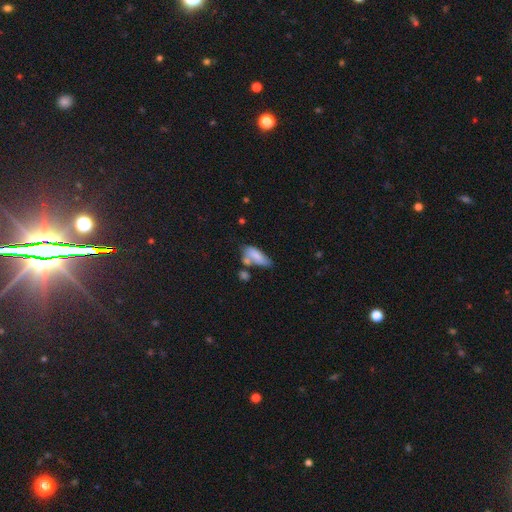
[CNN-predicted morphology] Smooth or featured: smooth — 76% (featured or disk — 16%)
How rounded: in between — 76% (cigar-shaped — 21%)
Merging: none — 37% (merger — 29%)